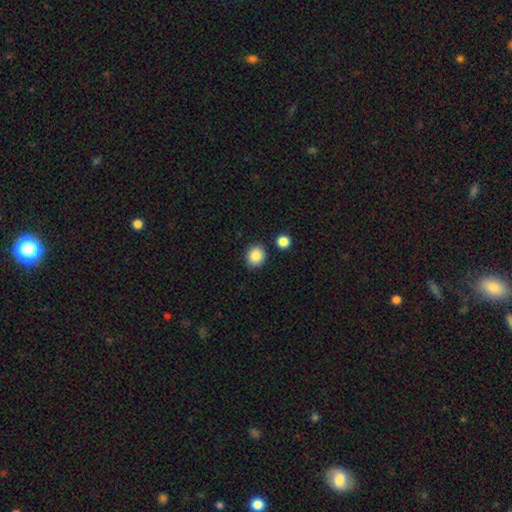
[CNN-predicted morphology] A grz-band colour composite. It shows a smooth galaxy with no disk features (87%) that is round (75%). Merging: none (86%).